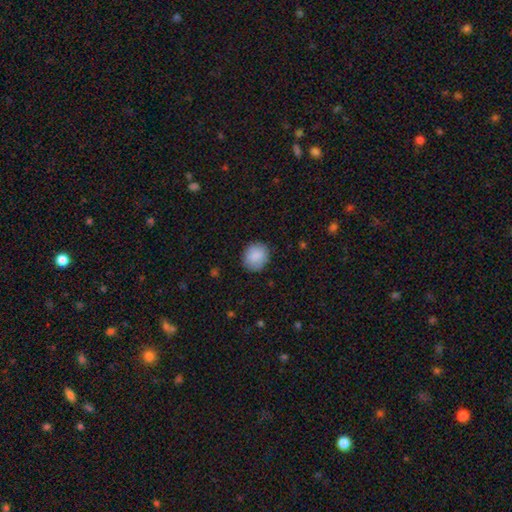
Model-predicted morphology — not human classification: A smooth galaxy with no disk features (88%) that is round (80%).

Vote fractions:
- Smooth or featured? smooth: 88% / star or artifact: 7% / featured or disk: 5%
- How rounded? round: 80% / in between: 19% / cigar-shaped: 1%
- Merging? none: 86% / minor disturbance: 10% / major disturbance: 3% / merger: 1%